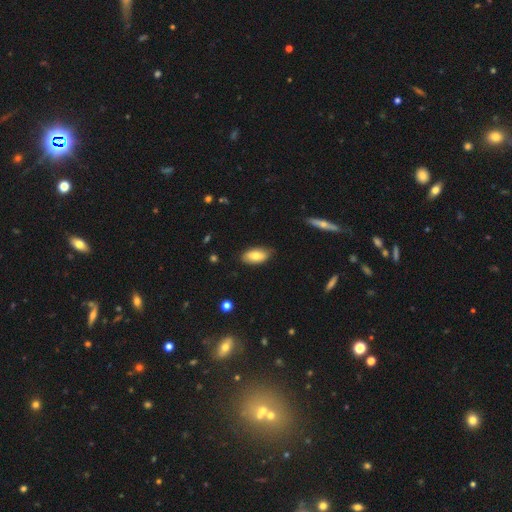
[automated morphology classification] This is likely a smooth galaxy (75%). How rounded: clearly in between (92%). Merging: clearly none (82%).